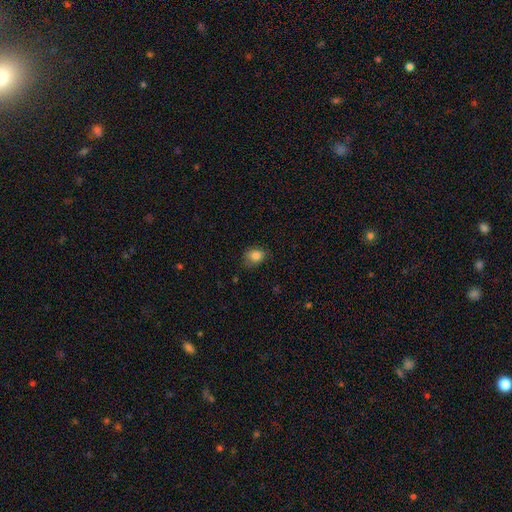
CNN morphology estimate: The model was most divided on "how rounded": in between: 51%, round: 48%, cigar-shaped: 1%. More confident: smooth or featured — smooth (84%); merging — none (69%).